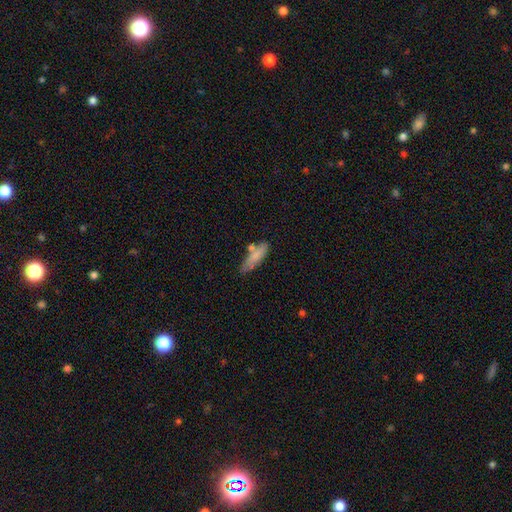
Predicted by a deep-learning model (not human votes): This appears to be a smooth galaxy with no disk features (77%) that is cigar-shaped (57%). Merging: none (63%).